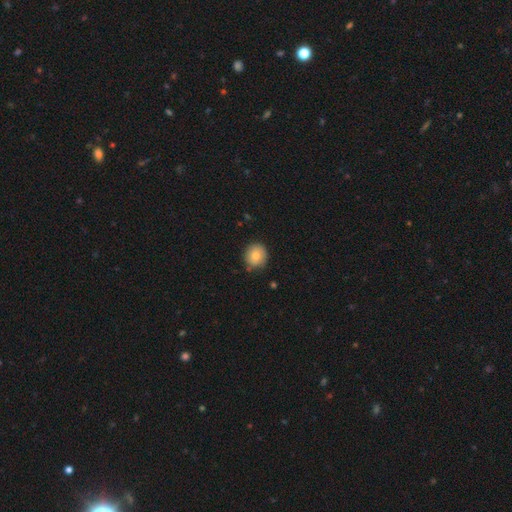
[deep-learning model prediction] A smooth galaxy with no disk features (81%) that is round (87%). Merging: none (81%).